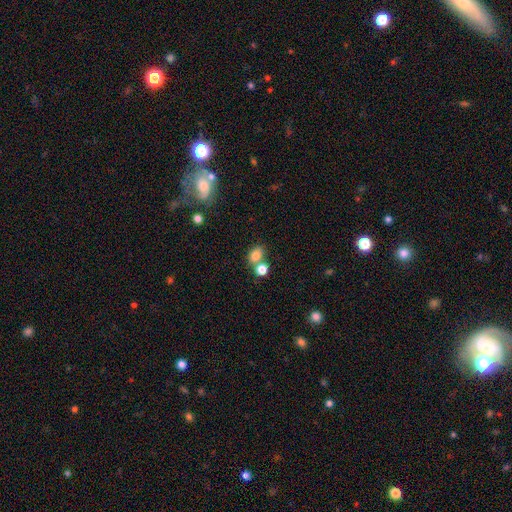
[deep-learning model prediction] smooth-or-featured: smooth: 80% | star or artifact: 12% | featured or disk: 8%
  how-rounded: in between: 65% | round: 34% | cigar-shaped: 1%
  merging: none: 48% | merger: 37% | minor disturbance: 10% | major disturbance: 4%